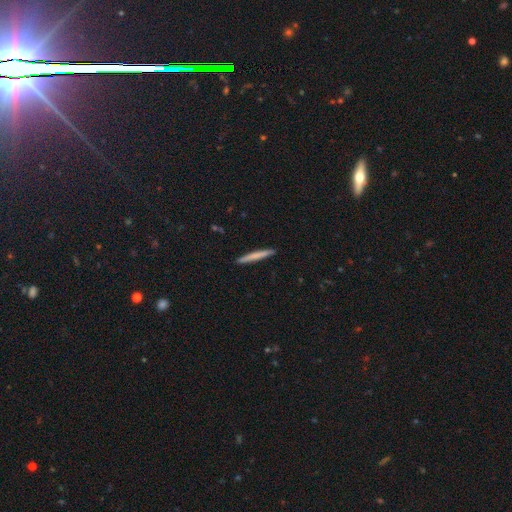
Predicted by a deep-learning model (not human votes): Smooth or featured? Predicted: smooth (p=0.69). How rounded? Predicted: cigar-shaped (p=0.97). Merging? Predicted: none (p=0.92).